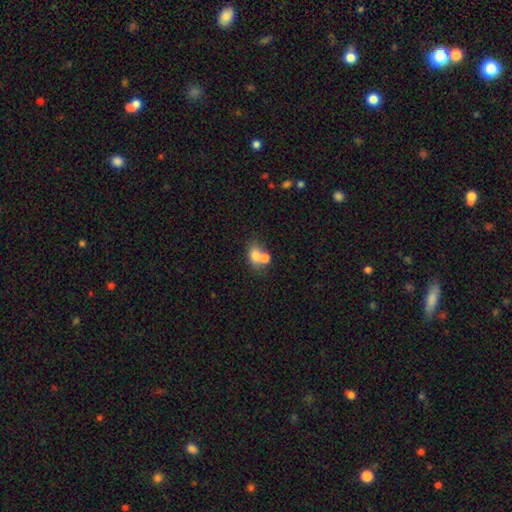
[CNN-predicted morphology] A smooth galaxy with no disk features (72%) that is in between round and cigar-shaped (60%). Merging: merger (51%).